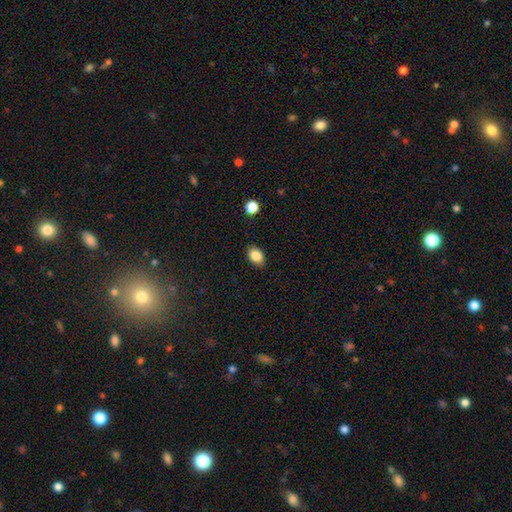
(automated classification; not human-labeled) This is clearly a smooth galaxy (85%). How rounded: clearly in between (81%). Merging: clearly none (87%).